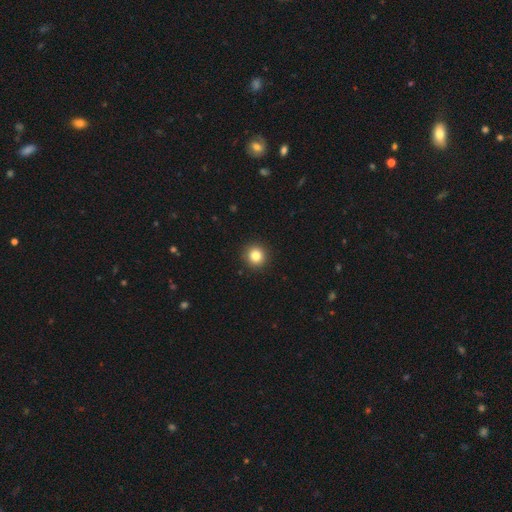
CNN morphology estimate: Smooth or featured? Predicted: smooth (p=0.83). How rounded? Predicted: round (p=0.94). Merging? Predicted: none (p=0.93).